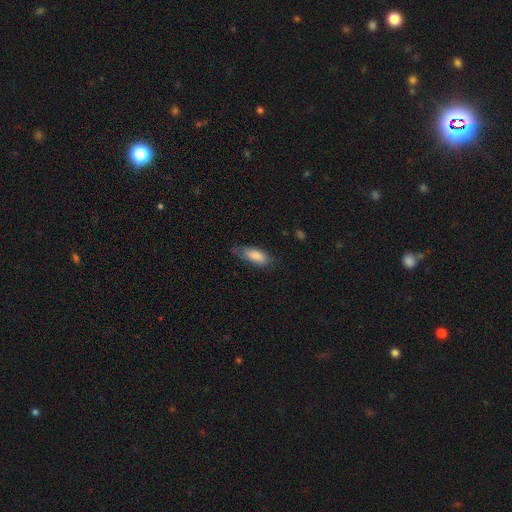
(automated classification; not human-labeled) Morphology: type=smooth (78%); roundness=in between (76%); merging=none (59%).